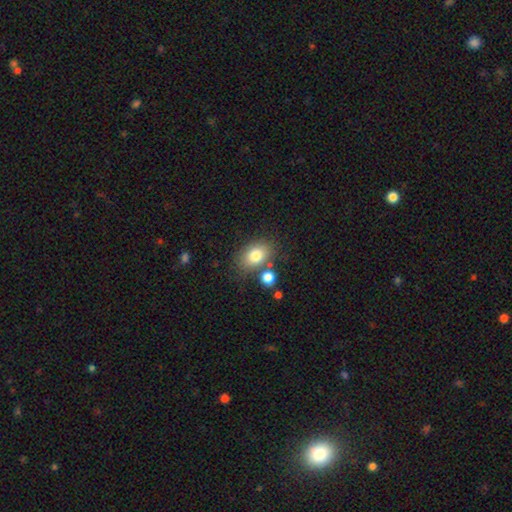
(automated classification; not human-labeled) A smooth galaxy with no disk features (79%) that is in between round and cigar-shaped (76%).

Vote fractions:
- Smooth or featured? smooth: 79% / featured or disk: 12% / star or artifact: 9%
- How rounded? in between: 76% / round: 23% / cigar-shaped: 1%
- Merging? none: 67% / minor disturbance: 14% / merger: 14% / major disturbance: 5%